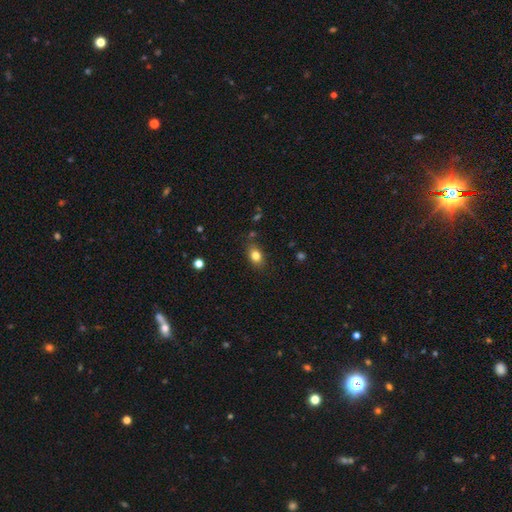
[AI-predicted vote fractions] A smooth galaxy with no disk features (81%) that is in between round and cigar-shaped (75%).

Vote fractions:
- Smooth or featured? smooth: 81% / star or artifact: 10% / featured or disk: 9%
- How rounded? in between: 75% / round: 23% / cigar-shaped: 2%
- Merging? none: 81% / minor disturbance: 14% / major disturbance: 3% / merger: 2%